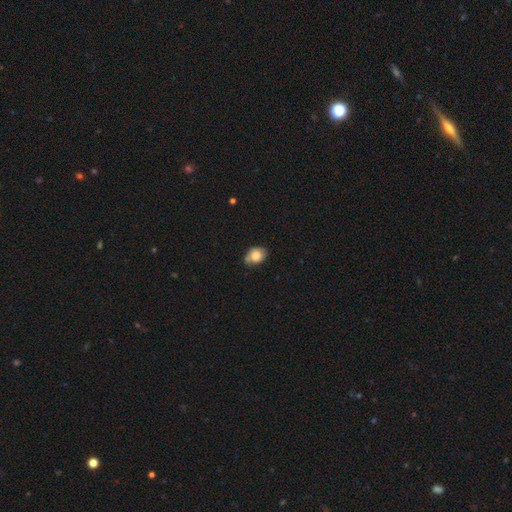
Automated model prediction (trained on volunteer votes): Q: Smooth or featured?
A: smooth (74%); runner-up: featured or disk (17%)
Q: How rounded?
A: in between (58%); runner-up: round (41%)
Q: Merging?
A: none (60%); runner-up: minor disturbance (30%)